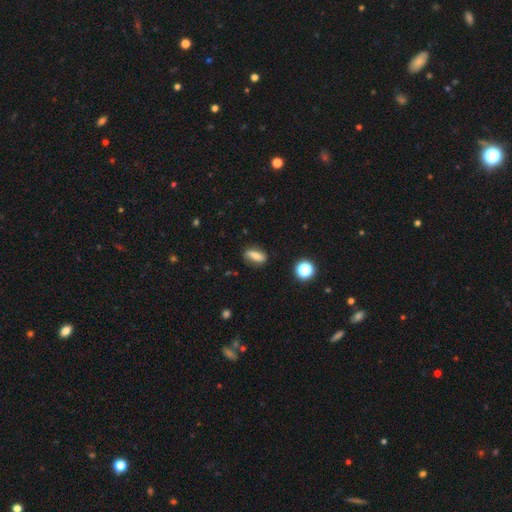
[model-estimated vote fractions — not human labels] The model was most divided on "smooth or featured": smooth: 66%, featured or disk: 23%, star or artifact: 11%. More confident: merging — none (77%); how rounded — in between (69%).